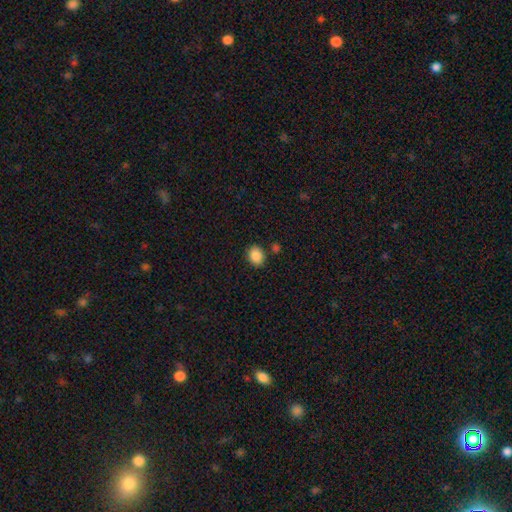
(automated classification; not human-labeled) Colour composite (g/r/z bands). It shows a smooth galaxy with no disk features (88%) that is in between round and cigar-shaped (52%). Merging: none (83%).